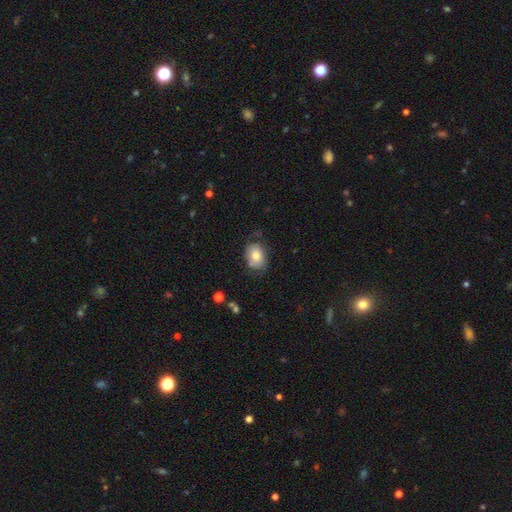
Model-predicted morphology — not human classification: type=smooth (73%); roundness=in between (73%); merging=none (61%).